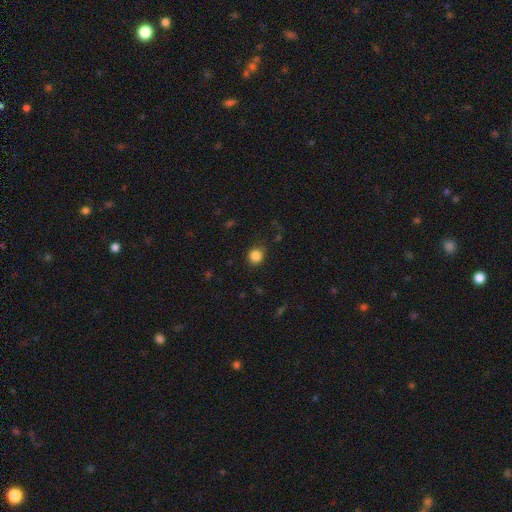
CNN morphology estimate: smooth_or_featured: smooth (p=0.85) [alt: star or artifact p=0.11]
how_rounded: round (p=0.86) [alt: in between p=0.13]
merging: none (p=0.85) [alt: minor disturbance p=0.11]